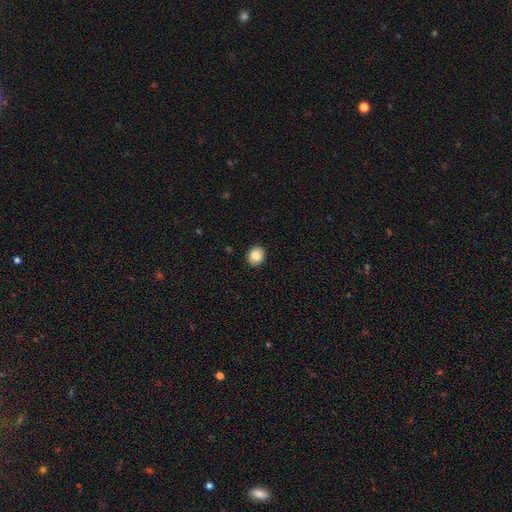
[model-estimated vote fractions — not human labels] A smooth galaxy with no disk features (84%) that is round (67%). Merging: none (90%).